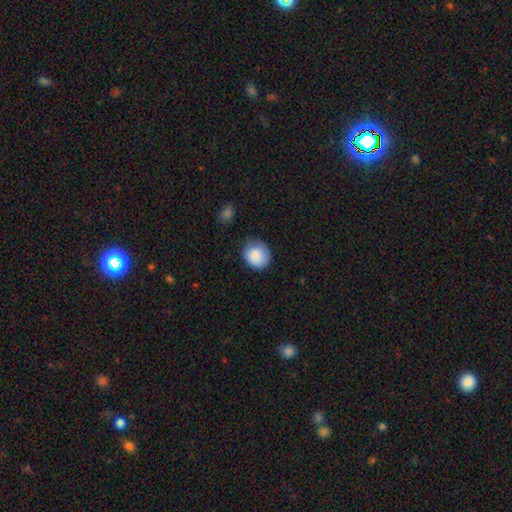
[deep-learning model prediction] Smooth or featured? Predicted: smooth (p=0.86). How rounded? Predicted: round (p=0.74). Merging? Predicted: none (p=0.71).